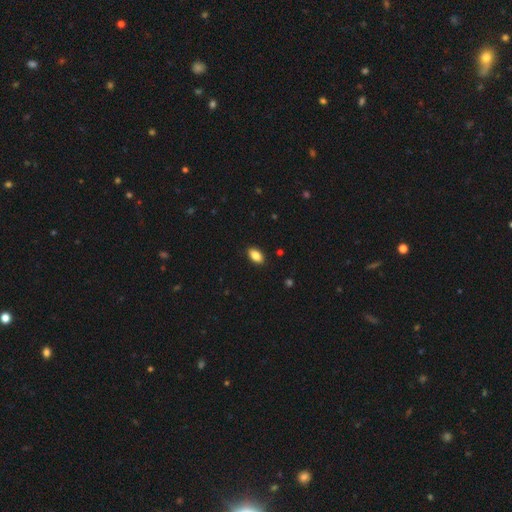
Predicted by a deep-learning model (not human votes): Smooth or featured? Predicted: smooth (p=0.85). How rounded? Predicted: in between (p=0.92). Merging? Predicted: none (p=0.90).